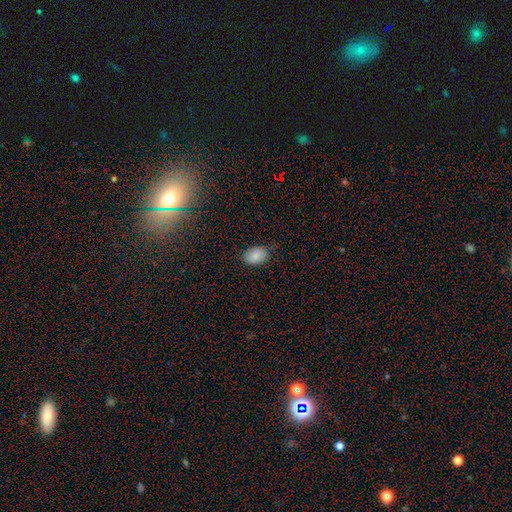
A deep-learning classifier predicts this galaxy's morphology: smooth_or_featured: smooth (p=0.87) [alt: star or artifact p=0.08]
how_rounded: in between (p=0.84) [alt: round p=0.15]
merging: none (p=0.81) [alt: minor disturbance p=0.15]